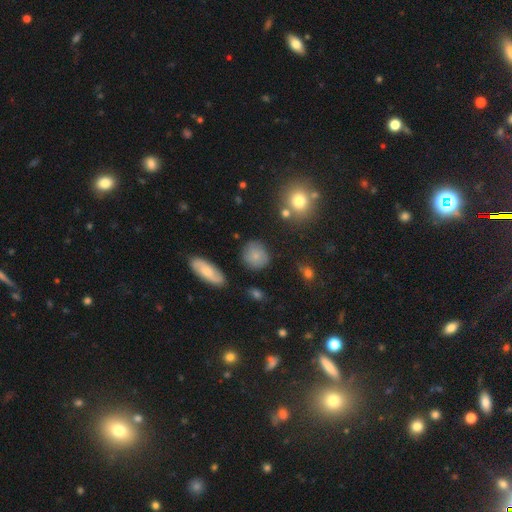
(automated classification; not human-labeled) The model was most divided on "smooth or featured": smooth: 72%, featured or disk: 17%, star or artifact: 11%. More confident: how rounded — round (82%); merging — none (80%).